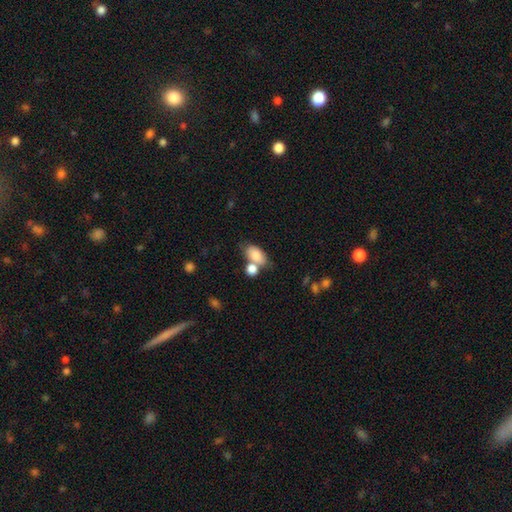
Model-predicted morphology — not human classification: A smooth galaxy with no disk features (81%) that is in between round and cigar-shaped (89%).

Vote fractions:
- Smooth or featured? smooth: 81% / featured or disk: 11% / star or artifact: 8%
- How rounded? in between: 89% / round: 8% / cigar-shaped: 3%
- Merging? none: 45% / merger: 35% / minor disturbance: 14% / major disturbance: 6%